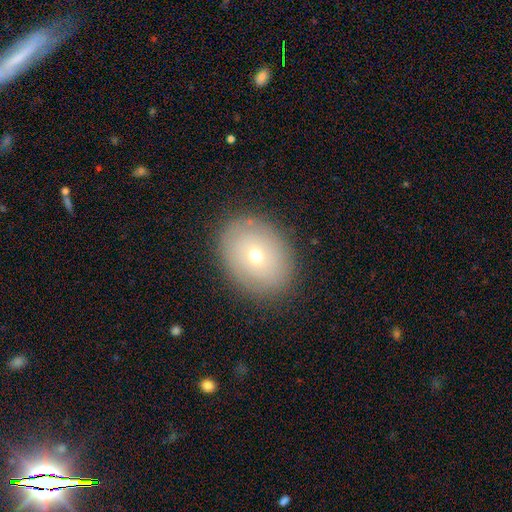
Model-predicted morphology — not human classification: Smooth or featured? Predicted: smooth (p=0.64). How rounded? Predicted: in between (p=0.59). Merging? Predicted: none (p=0.85).